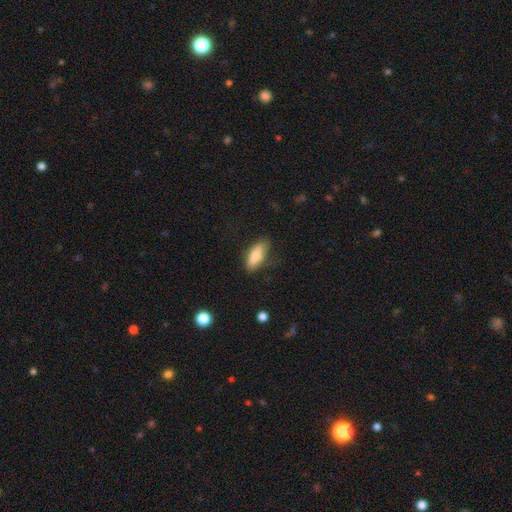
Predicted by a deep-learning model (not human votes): A smooth galaxy with no disk features (82%) that is in between round and cigar-shaped (77%). Merging: none (72%).